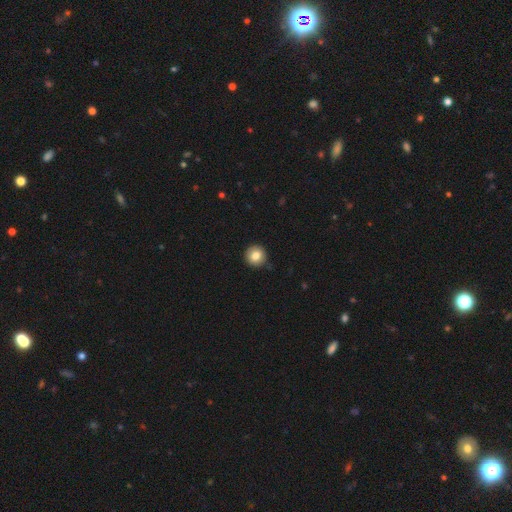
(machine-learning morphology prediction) type=smooth (83%); roundness=round (95%); merging=none (90%).